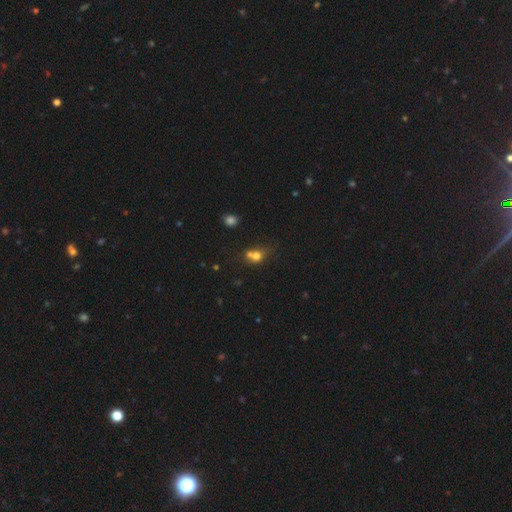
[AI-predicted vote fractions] Smooth or featured: smooth — 70% (star or artifact — 15%)
How rounded: round — 69% (in between — 29%)
Merging: merger — 51% (none — 33%)